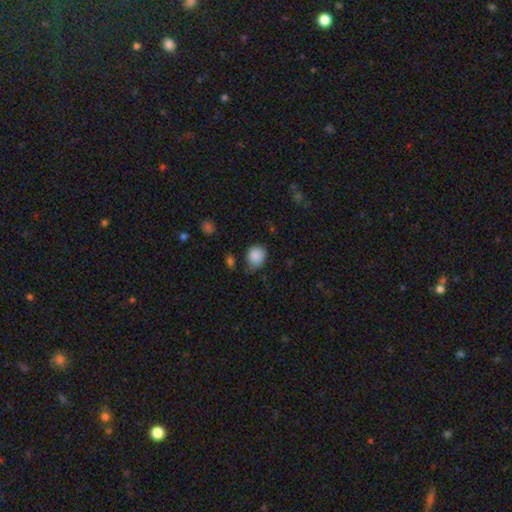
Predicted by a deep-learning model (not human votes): Smooth or featured: smooth — 86% (star or artifact — 9%)
How rounded: round — 73% (in between — 26%)
Merging: none — 57% (minor disturbance — 33%)